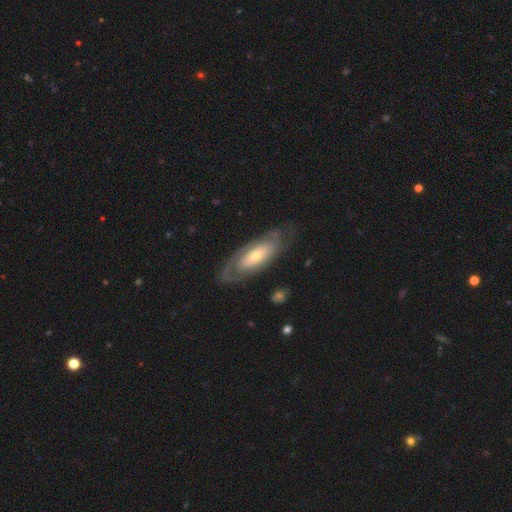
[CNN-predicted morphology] This is likely a featured or disk galaxy (72%). It is clearly not viewed edge-on (86%). Bar: likely no (75%). Spiral arm pattern: likely yes (70%). Central bulge: possibly moderate (47%). Merging: likely none (70%).